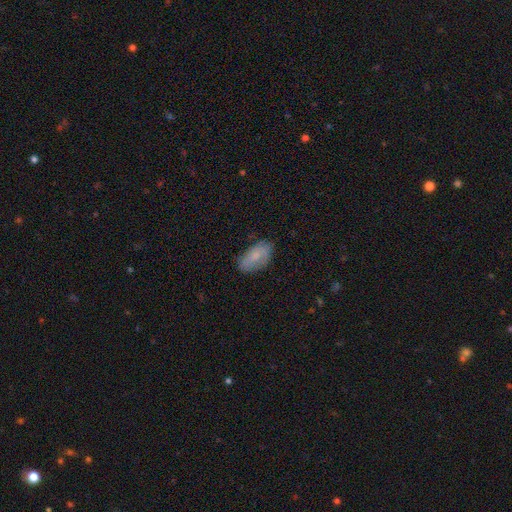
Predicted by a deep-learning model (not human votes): This appears to be a smooth galaxy with no disk features (70%) that is in between round and cigar-shaped (92%). Merging: none (72%).